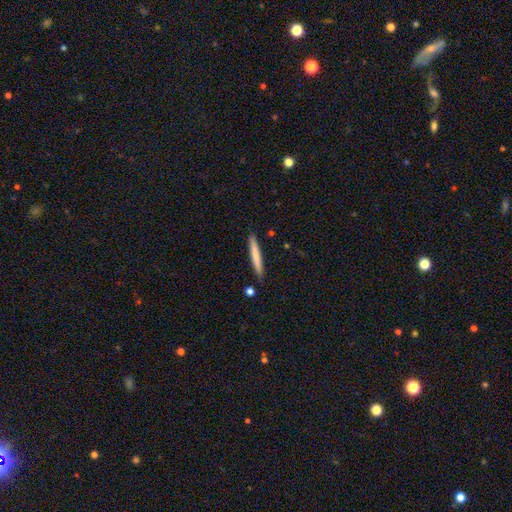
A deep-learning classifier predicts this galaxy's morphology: Overall: smooth (73%). How rounded: cigar-shaped (96%). Merging: none (90%).